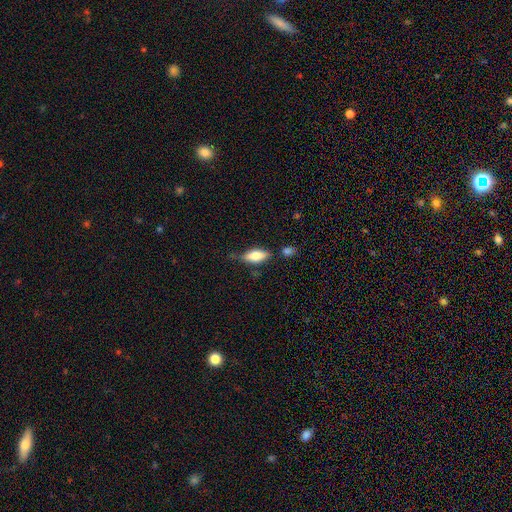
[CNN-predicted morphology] This appears to be a smooth galaxy with no disk features (73%) that is in between round and cigar-shaped (76%). Merging: none (64%).